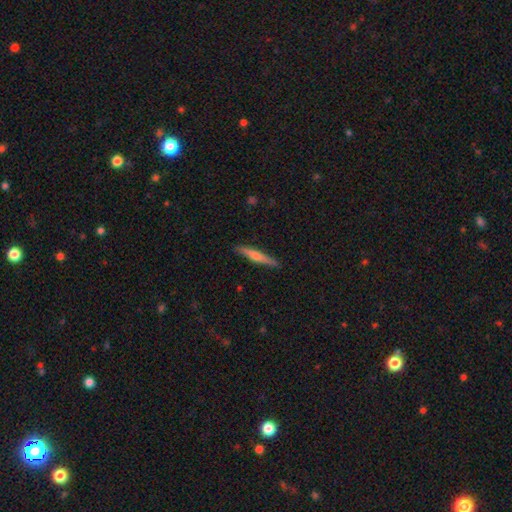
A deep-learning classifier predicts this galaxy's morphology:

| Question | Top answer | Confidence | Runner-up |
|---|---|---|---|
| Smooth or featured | featured or disk | 56% | smooth (39%) |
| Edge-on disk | yes | 97% | no (3%) |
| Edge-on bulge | rounded | 79% | none (15%) |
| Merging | none | 91% | minor disturbance (7%) |